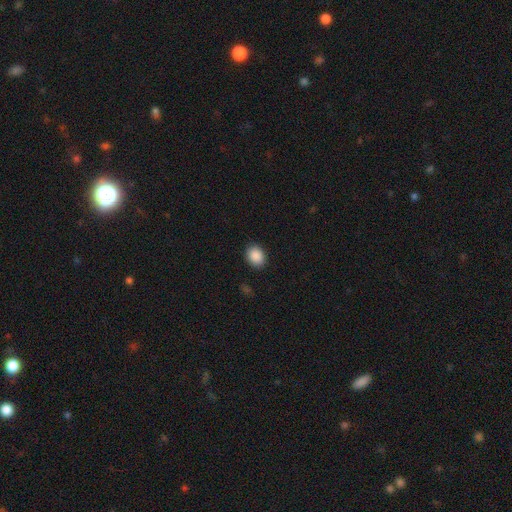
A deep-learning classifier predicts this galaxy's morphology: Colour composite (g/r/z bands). It shows a smooth galaxy with no disk features (89%) that is in between round and cigar-shaped (51%). Merging: none (89%).